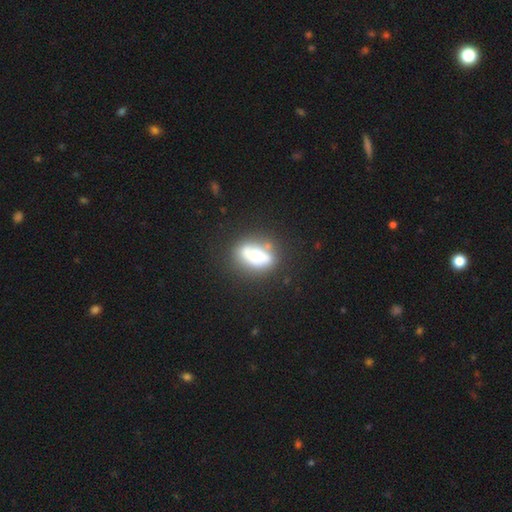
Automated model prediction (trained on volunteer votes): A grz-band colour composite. It shows a smooth galaxy with no disk features (63%) that is in between round and cigar-shaped (84%). Merging: none (49%).